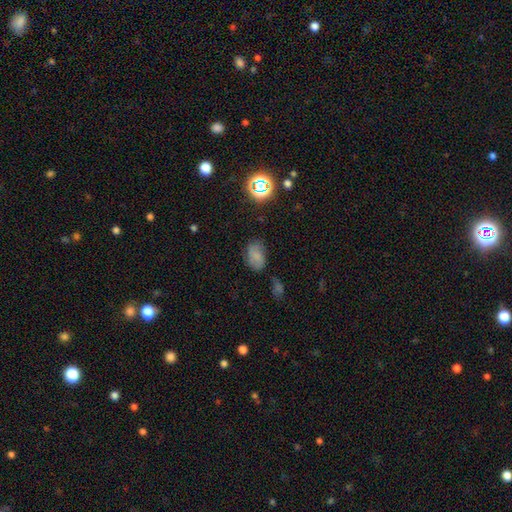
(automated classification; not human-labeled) smooth 70%, star or artifact 16%, featured or disk 15%. Down the decision tree: how rounded — in between (85%); merging — none (65%).